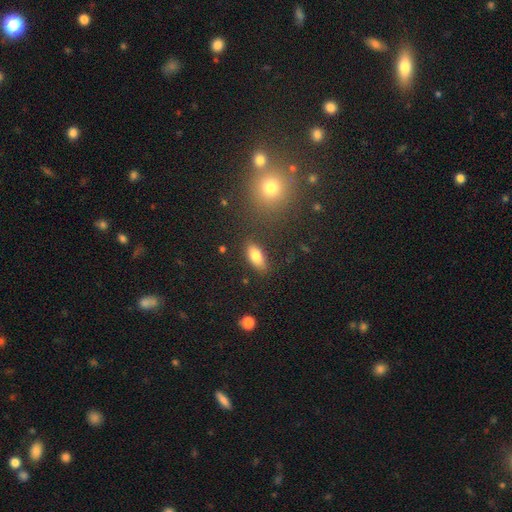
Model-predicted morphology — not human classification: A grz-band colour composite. It shows a smooth galaxy with no disk features (82%) that is in between round and cigar-shaped (85%). Merging: none (81%).